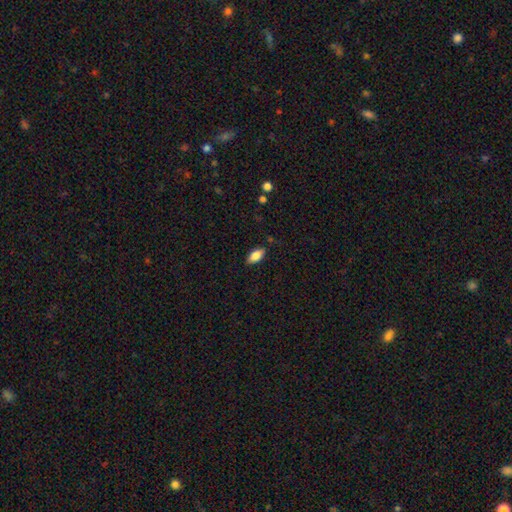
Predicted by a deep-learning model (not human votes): Smooth or featured: smooth — 81% (featured or disk — 12%)
How rounded: in between — 91% (cigar-shaped — 6%)
Merging: none — 84% (minor disturbance — 12%)